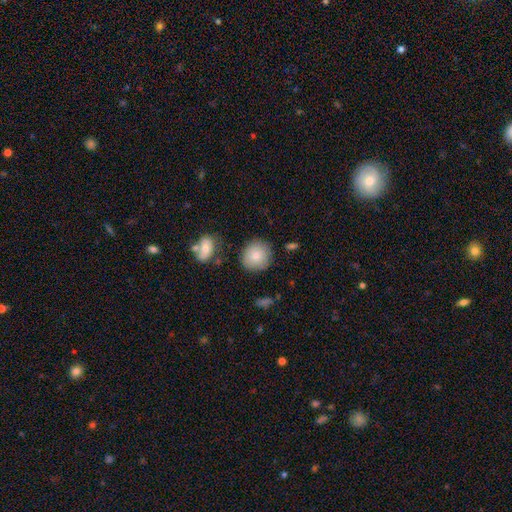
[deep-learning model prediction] smooth 82%, featured or disk 10%, star or artifact 8%. Down the decision tree: how rounded — round (89%); merging — none (81%).